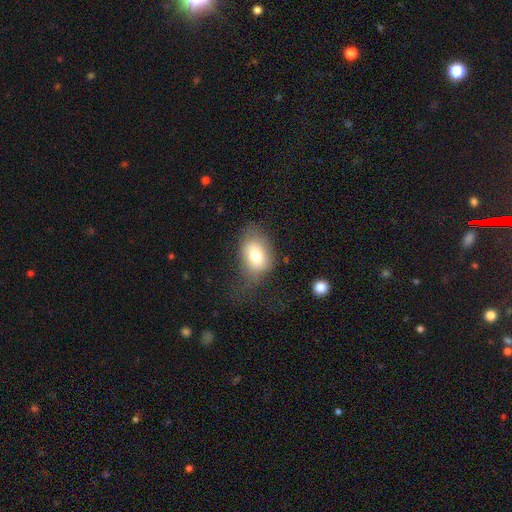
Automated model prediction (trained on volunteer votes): A smooth galaxy with no disk features (74%) that is in between round and cigar-shaped (77%).

Vote fractions:
- Smooth or featured? smooth: 74% / featured or disk: 16% / star or artifact: 10%
- How rounded? in between: 77% / round: 22% / cigar-shaped: 1%
- Merging? none: 51% / minor disturbance: 28% / major disturbance: 19% / merger: 2%